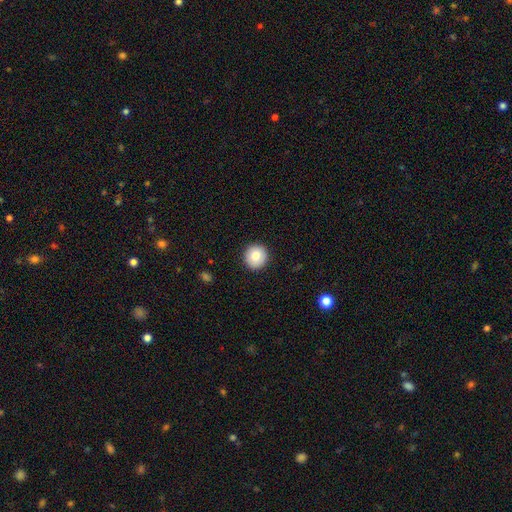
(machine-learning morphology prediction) smooth 81%, featured or disk 11%, star or artifact 8%. Down the decision tree: how rounded — round (95%); merging — none (92%).